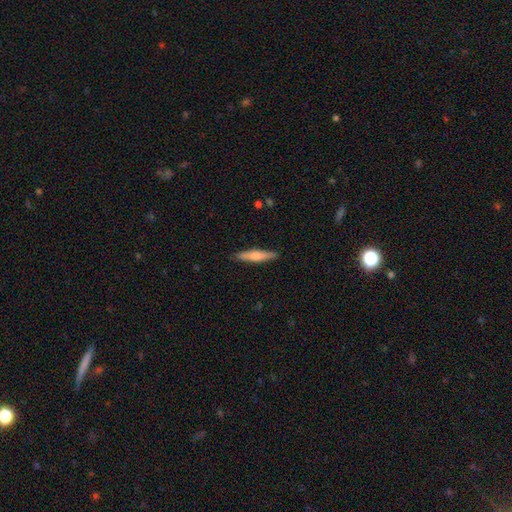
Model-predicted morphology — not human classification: This is possibly a smooth galaxy (57%). How rounded: clearly cigar-shaped (88%). Merging: clearly none (89%).